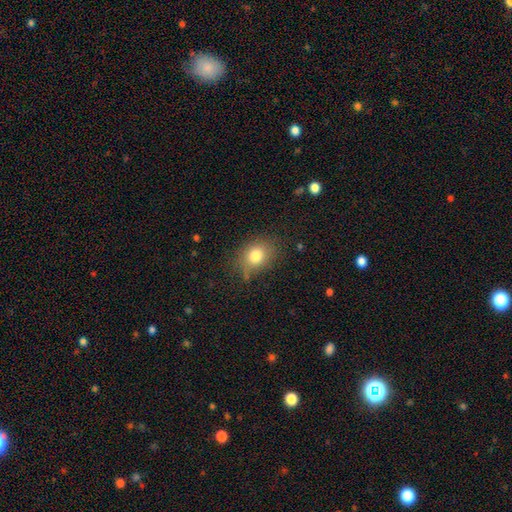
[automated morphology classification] The model was most divided on "how rounded": in between: 55%, round: 44%, cigar-shaped: 1%. More confident: smooth or featured — smooth (80%); merging — none (71%).